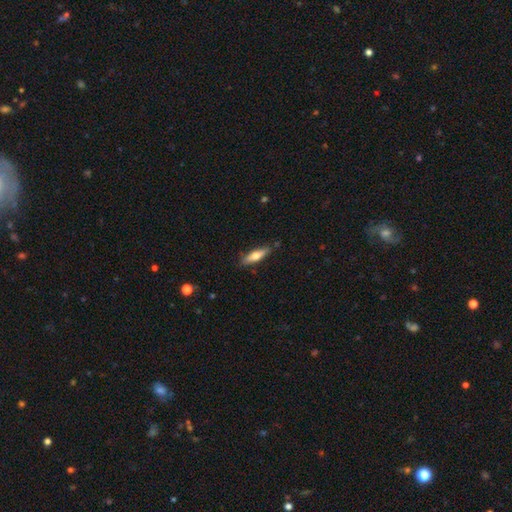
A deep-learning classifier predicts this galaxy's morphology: A smooth galaxy with no disk features (57%) that is cigar-shaped (68%). Merging: none (84%).